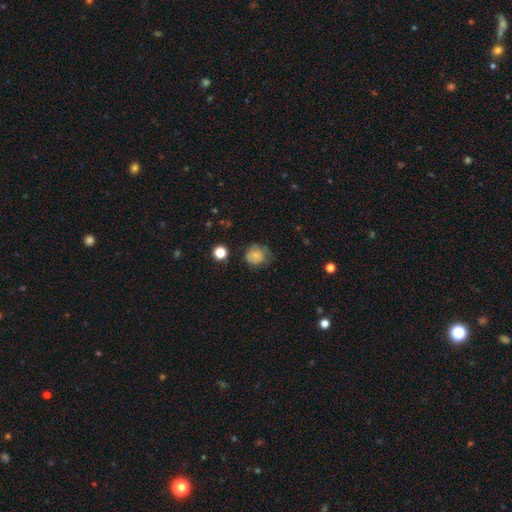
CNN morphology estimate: smooth-or-featured: smooth: 73% | featured or disk: 17% | star or artifact: 10%
  how-rounded: round: 79% | in between: 20% | cigar-shaped: 1%
  merging: none: 54% | minor disturbance: 31% | major disturbance: 12% | merger: 2%